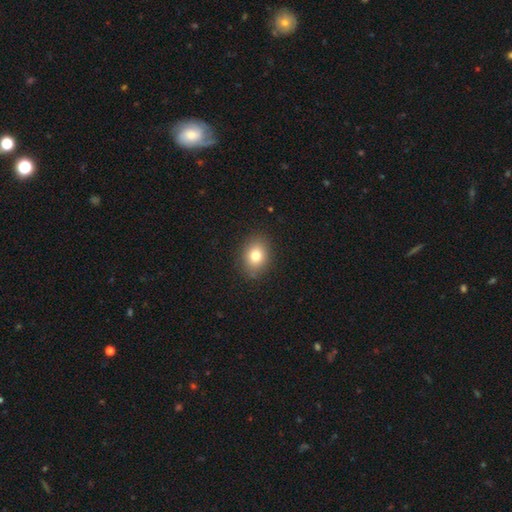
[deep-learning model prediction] This appears to be a smooth galaxy with no disk features (80%) that is in between round and cigar-shaped (59%). Merging: none (87%).